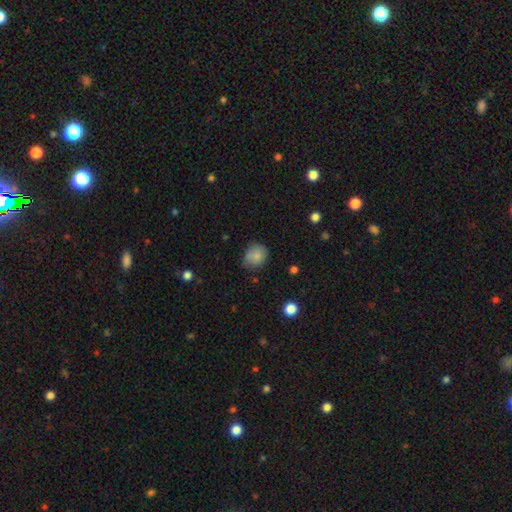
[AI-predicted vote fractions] smooth_or_featured: smooth (p=0.82) [alt: star or artifact p=0.09]
how_rounded: round (p=0.62) [alt: in between p=0.37]
merging: none (p=0.60) [alt: minor disturbance p=0.31]